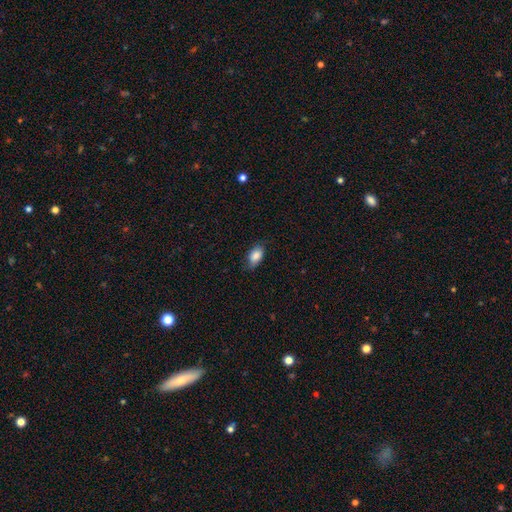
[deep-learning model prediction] Q: Smooth or featured?
A: smooth (86%); runner-up: star or artifact (7%)
Q: How rounded?
A: in between (89%); runner-up: round (7%)
Q: Merging?
A: none (72%); runner-up: minor disturbance (22%)